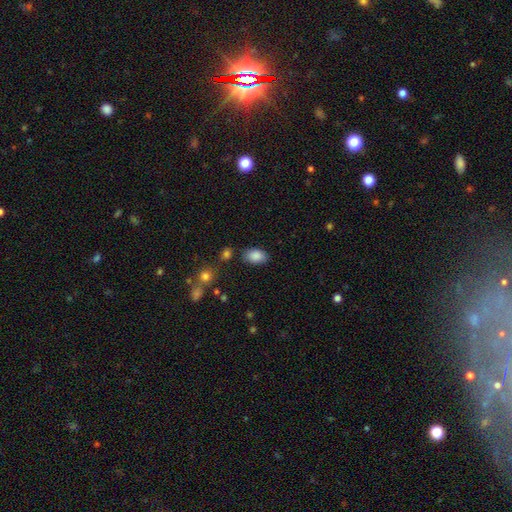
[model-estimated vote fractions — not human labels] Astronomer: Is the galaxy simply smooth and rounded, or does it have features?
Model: smooth — 87%.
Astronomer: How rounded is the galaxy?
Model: in between — 90%.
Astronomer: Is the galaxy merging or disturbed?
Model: none — 80%.